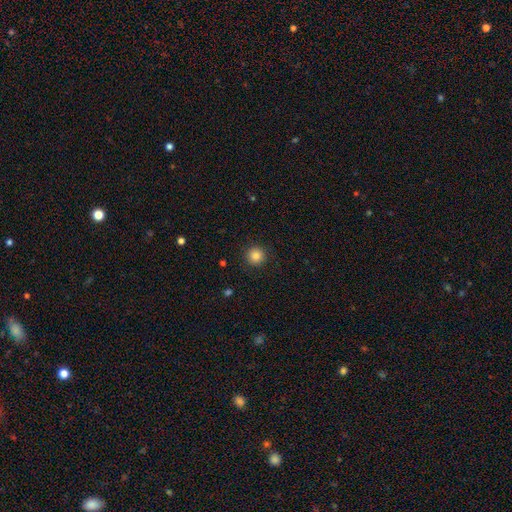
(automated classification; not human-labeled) Smooth or featured: smooth — 84% (star or artifact — 11%)
How rounded: round — 95% (in between — 4%)
Merging: none — 92% (minor disturbance — 5%)